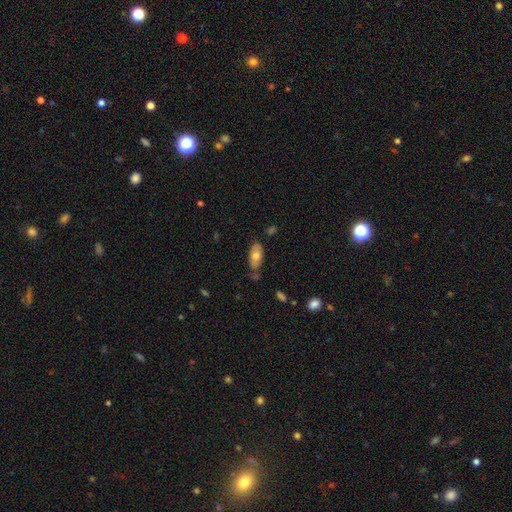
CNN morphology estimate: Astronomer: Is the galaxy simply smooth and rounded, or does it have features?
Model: smooth — 68%.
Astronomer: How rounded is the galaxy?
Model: in between — 90%.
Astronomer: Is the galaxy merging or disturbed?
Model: none — 64%.